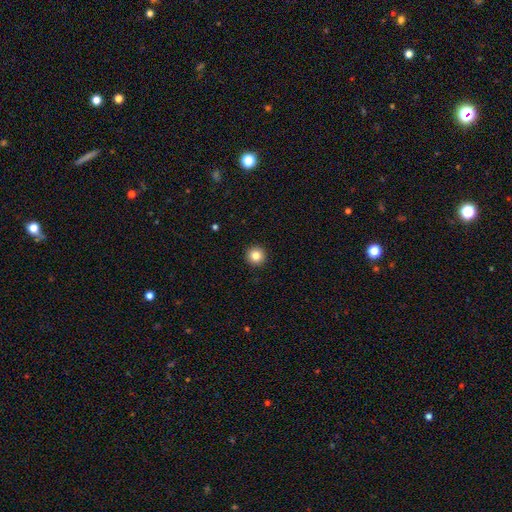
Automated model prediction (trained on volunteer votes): Smooth or featured? Predicted: smooth (p=0.83). How rounded? Predicted: round (p=0.96). Merging? Predicted: none (p=0.94).